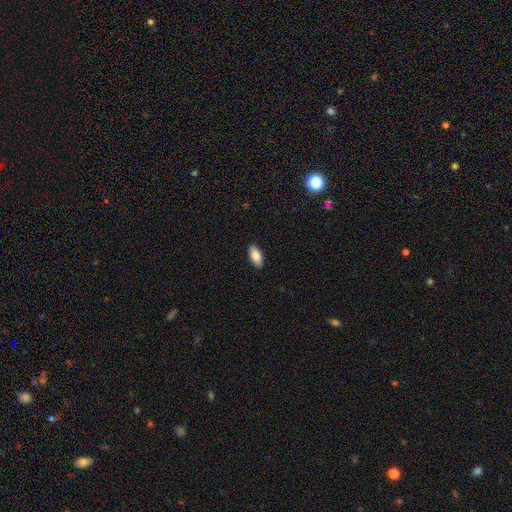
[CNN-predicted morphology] smooth 83%, featured or disk 11%, star or artifact 6%. Down the decision tree: how rounded — in between (86%); merging — none (90%).